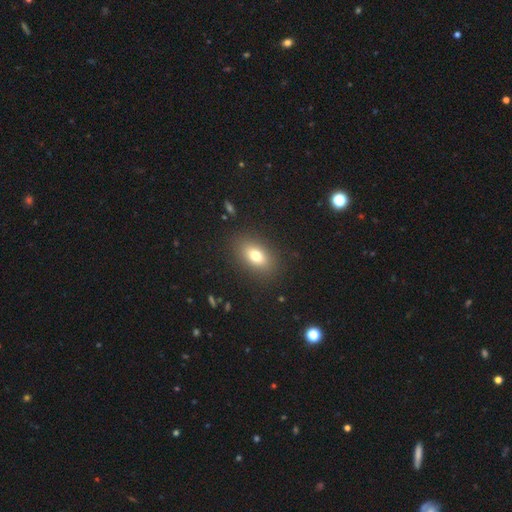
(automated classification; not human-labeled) Overall: smooth (76%). How rounded: in between (83%). Merging: none (88%).